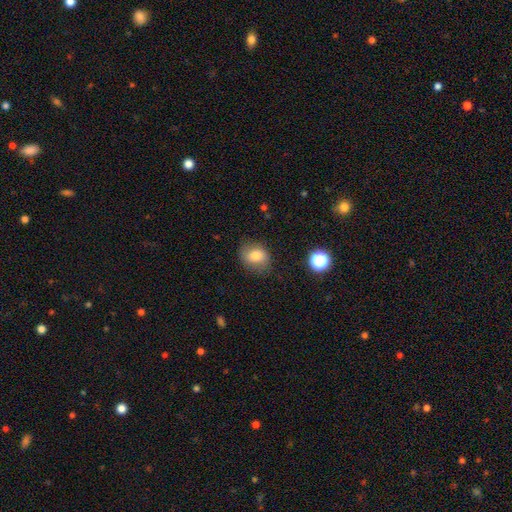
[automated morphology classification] A smooth galaxy with no disk features (78%) that is in between round and cigar-shaped (50%).

Vote fractions:
- Smooth or featured? smooth: 78% / featured or disk: 12% / star or artifact: 10%
- How rounded? in between: 50% / round: 48% / cigar-shaped: 1%
- Merging? none: 75% / minor disturbance: 18% / major disturbance: 5% / merger: 2%